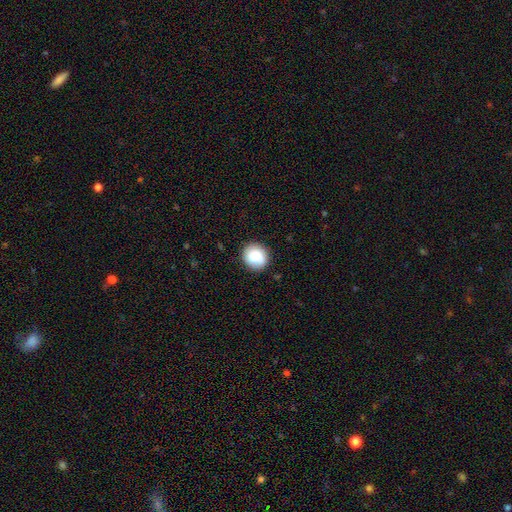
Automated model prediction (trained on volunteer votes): Smooth or featured?
  - smooth: 82% *
  - featured or disk: 10%
  - star or artifact: 8%
How rounded?
  - round: 89% *
  - in between: 10%
  - cigar-shaped: 1%
Merging?
  - none: 87% *
  - minor disturbance: 10%
  - major disturbance: 2%
  - merger: 1%